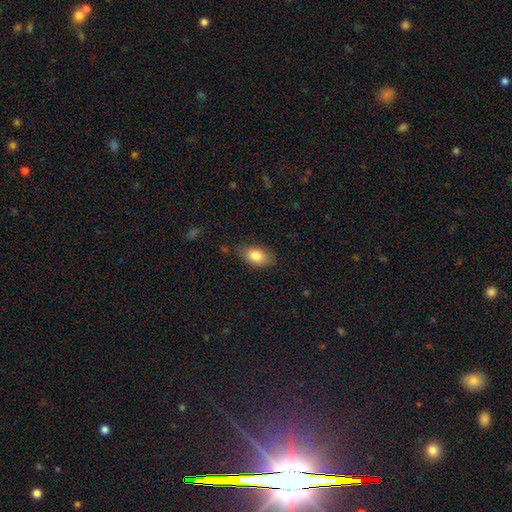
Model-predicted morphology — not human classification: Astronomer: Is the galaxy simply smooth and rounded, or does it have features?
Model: smooth — 84%.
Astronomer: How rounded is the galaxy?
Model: in between — 90%.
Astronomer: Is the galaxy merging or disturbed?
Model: none — 74%.